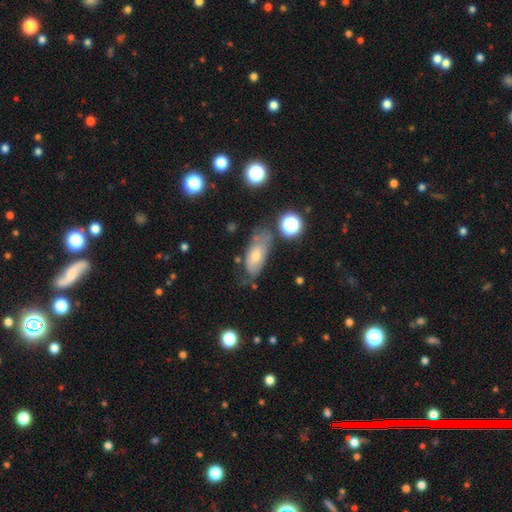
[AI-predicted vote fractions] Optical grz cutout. It shows a smooth galaxy with no disk features (53%) that is in between round and cigar-shaped (82%). Merging: none (58%).